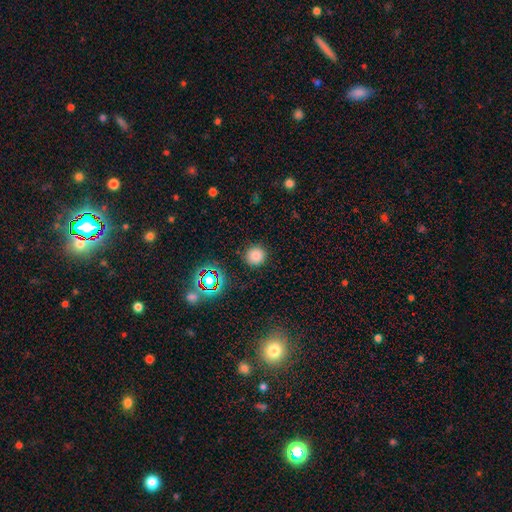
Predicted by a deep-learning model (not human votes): Q: Smooth or featured?
A: smooth (78%); runner-up: star or artifact (17%)
Q: How rounded?
A: round (92%); runner-up: in between (7%)
Q: Merging?
A: none (88%); runner-up: minor disturbance (7%)